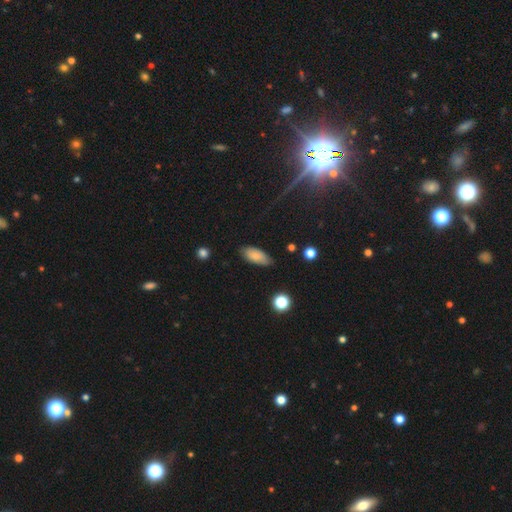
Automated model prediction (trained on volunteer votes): A smooth galaxy with no disk features (80%) that is in between round and cigar-shaped (87%). Merging: none (78%).